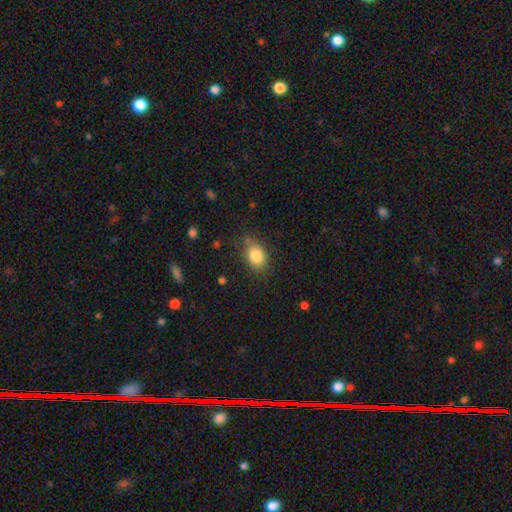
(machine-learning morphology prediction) Smooth or featured? Predicted: smooth (p=0.84). How rounded? Predicted: in between (p=0.70). Merging? Predicted: none (p=0.74).